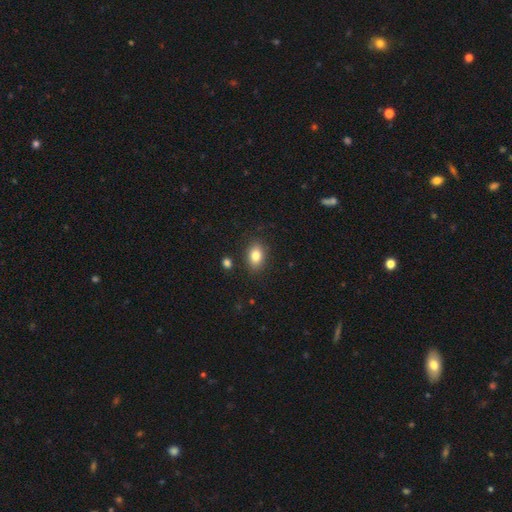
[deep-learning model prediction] Morphology: type=smooth (82%); roundness=in between (83%); merging=none (85%).